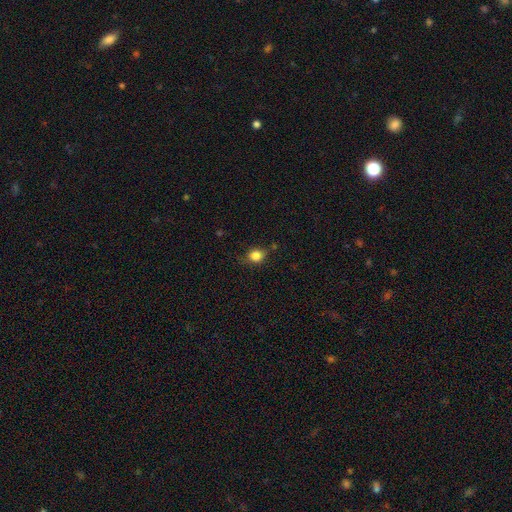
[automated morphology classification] smooth 84%, star or artifact 11%, featured or disk 5%. Down the decision tree: how rounded — round (68%); merging — none (69%).